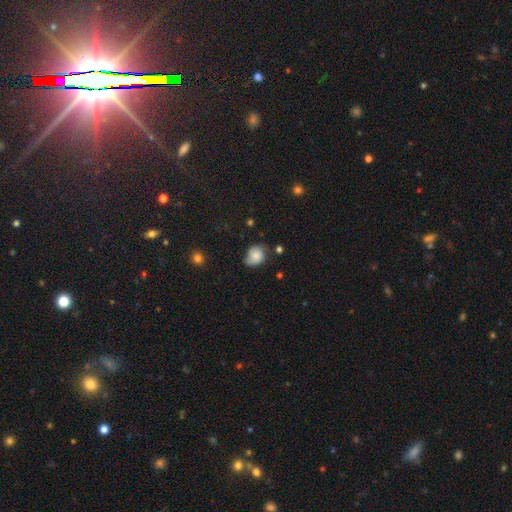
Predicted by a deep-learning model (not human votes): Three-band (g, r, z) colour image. It shows a smooth galaxy with no disk features (72%) that is round (54%). Merging: none (52%).